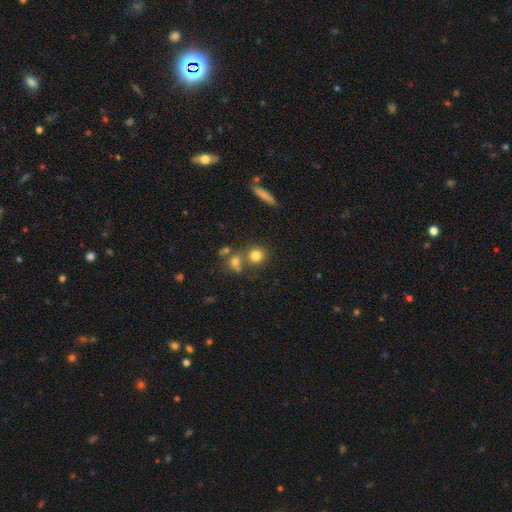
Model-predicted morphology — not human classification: smooth-or-featured: smooth: 78% | star or artifact: 12% | featured or disk: 10%
  how-rounded: round: 82% | in between: 16% | cigar-shaped: 2%
  merging: none: 62% | merger: 25% | minor disturbance: 10% | major disturbance: 4%